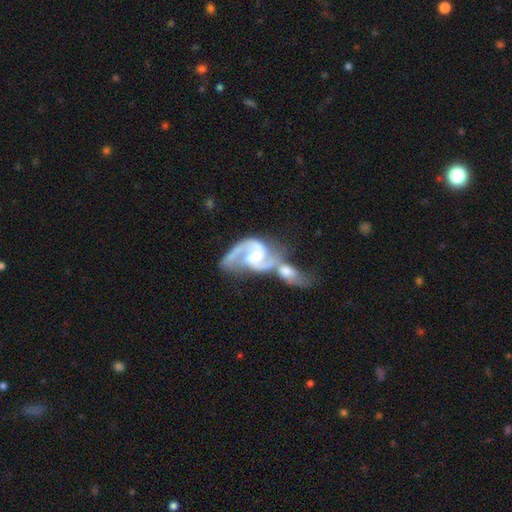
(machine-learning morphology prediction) Smooth or featured? Predicted: featured or disk (p=0.90). Edge-on disk? Predicted: no (p=0.97). Bar? Predicted: weak (p=0.45). Spiral arms? Predicted: yes (p=0.97). Spiral winding? Predicted: medium (p=0.53). Spiral arm count? Predicted: 2 (p=0.88). Bulge size? Predicted: small (p=0.51). Merging? Predicted: merger (p=0.69).